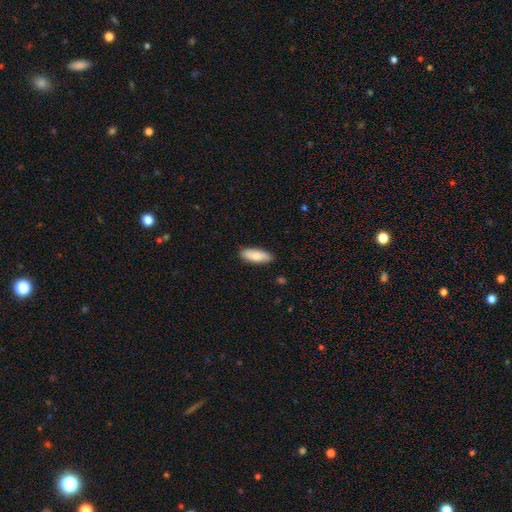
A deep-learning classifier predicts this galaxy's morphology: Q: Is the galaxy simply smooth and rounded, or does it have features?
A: smooth — 83%.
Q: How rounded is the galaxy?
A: in between — 70%.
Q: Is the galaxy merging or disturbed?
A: none — 88%.